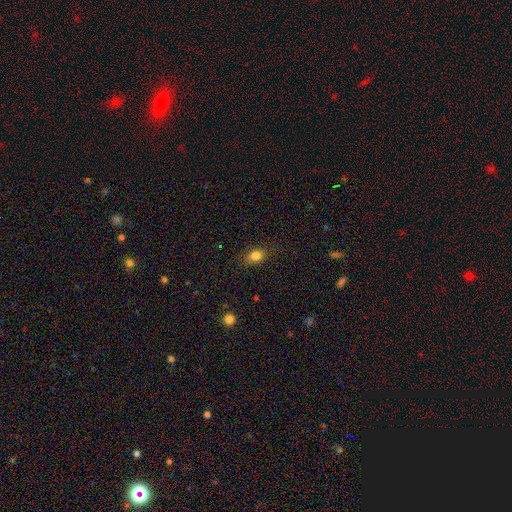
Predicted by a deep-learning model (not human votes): smooth 81%, star or artifact 11%, featured or disk 8%. Down the decision tree: how rounded — in between (70%); merging — none (81%).